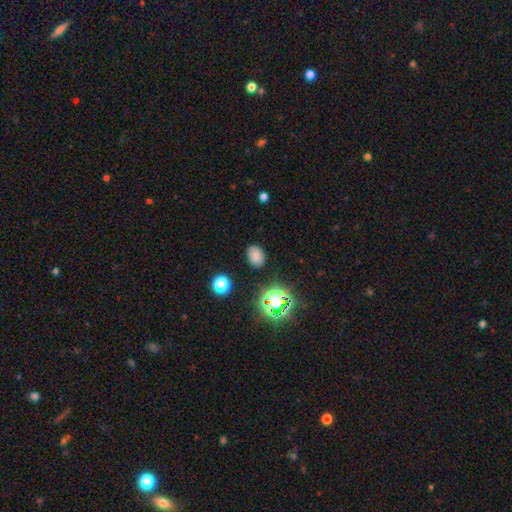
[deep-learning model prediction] Overall: smooth (75%). How rounded: in between (70%). Merging: none (83%).